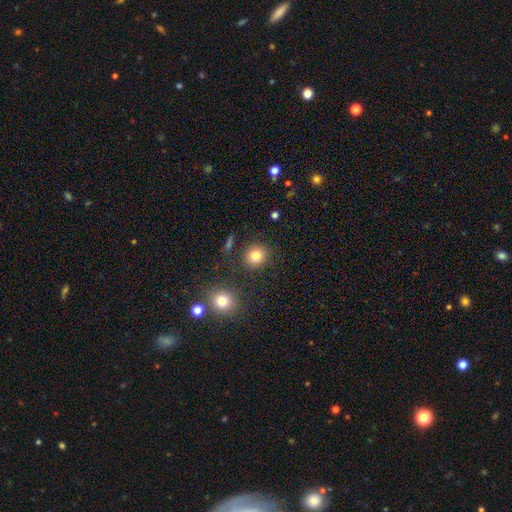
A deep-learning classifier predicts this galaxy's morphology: Smooth or featured?
  - smooth: 81% *
  - star or artifact: 12%
  - featured or disk: 7%
How rounded?
  - round: 85% *
  - in between: 14%
  - cigar-shaped: 1%
Merging?
  - none: 84% *
  - minor disturbance: 9%
  - merger: 4%
  - major disturbance: 3%